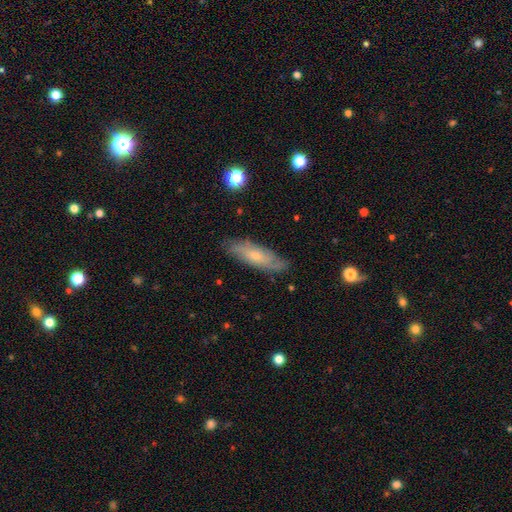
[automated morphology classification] Q: Smooth or featured?
A: featured or disk (53%); runner-up: smooth (40%)
Q: Edge-on disk?
A: no (68%); runner-up: yes (32%)
Q: Merging?
A: none (79%); runner-up: minor disturbance (16%)